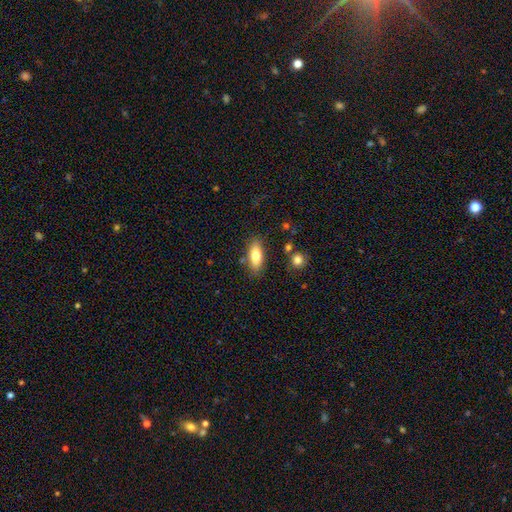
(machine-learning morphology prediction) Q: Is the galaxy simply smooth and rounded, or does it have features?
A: smooth — 78%.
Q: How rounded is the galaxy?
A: in between — 74%.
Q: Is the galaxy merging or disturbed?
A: none — 81%.